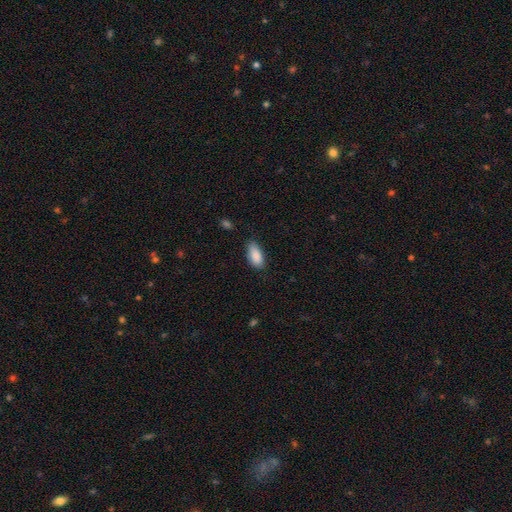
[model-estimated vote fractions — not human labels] Smooth or featured?
  - smooth: 89% *
  - star or artifact: 7%
  - featured or disk: 4%
How rounded?
  - in between: 89% *
  - cigar-shaped: 9%
  - round: 2%
Merging?
  - none: 73% *
  - minor disturbance: 22%
  - major disturbance: 4%
  - merger: 1%